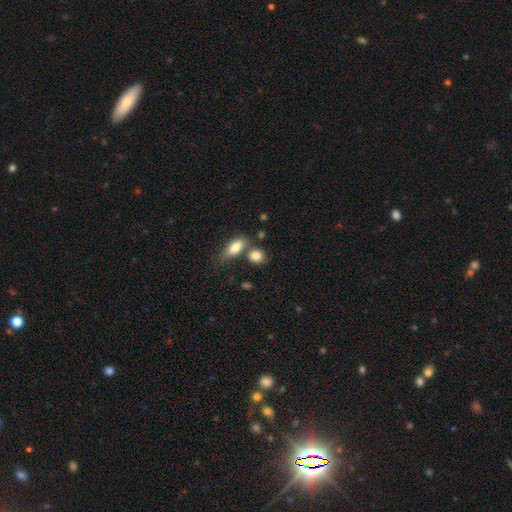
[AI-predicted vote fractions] Smooth or featured? smooth (82%)
How rounded? round (48%)
Merging? none (54%)